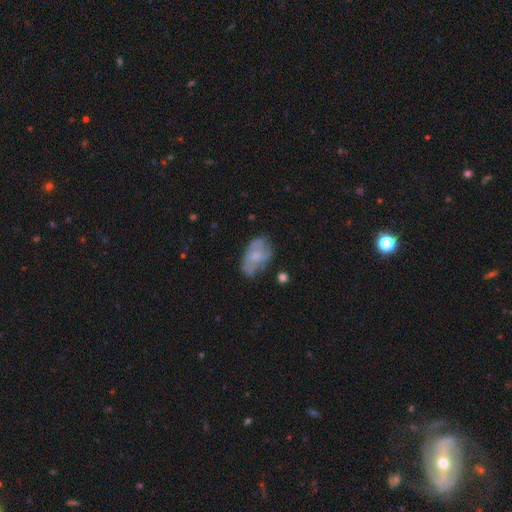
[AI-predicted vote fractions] smooth-or-featured: smooth: 47% | featured or disk: 44% | star or artifact: 9%
  merging: none: 48% | minor disturbance: 30% | major disturbance: 17% | merger: 5%